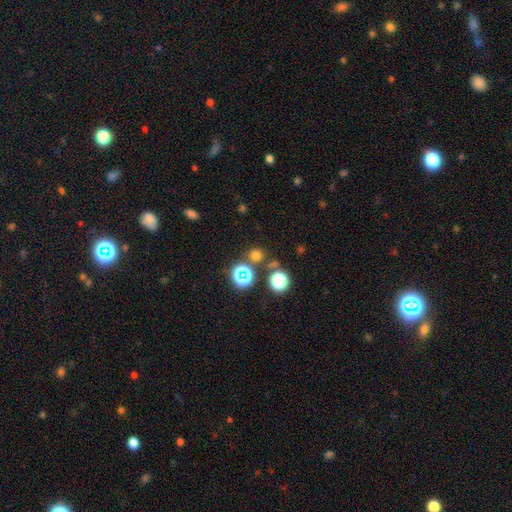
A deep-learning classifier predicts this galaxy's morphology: Smooth or featured? smooth (65%)
How rounded? round (91%)
Merging? none (77%)